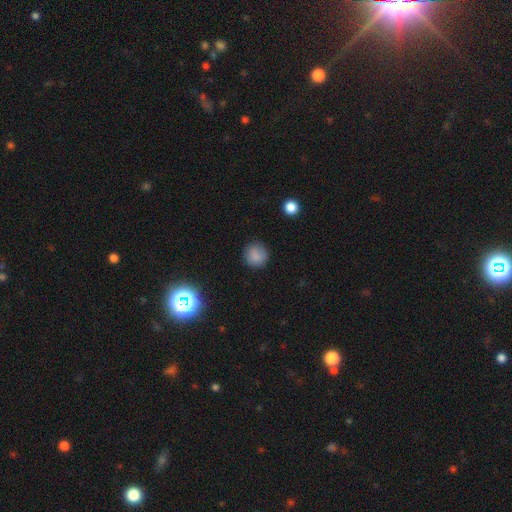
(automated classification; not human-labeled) Smooth or featured? Predicted: smooth (p=0.85). How rounded? Predicted: round (p=0.93). Merging? Predicted: none (p=0.88).